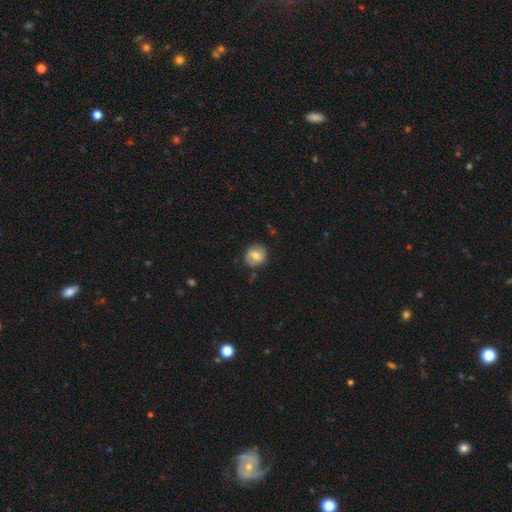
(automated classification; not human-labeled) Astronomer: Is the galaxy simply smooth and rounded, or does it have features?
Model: smooth — 68%.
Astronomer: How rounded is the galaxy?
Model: round — 80%.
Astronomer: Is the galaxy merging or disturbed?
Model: none — 80%.